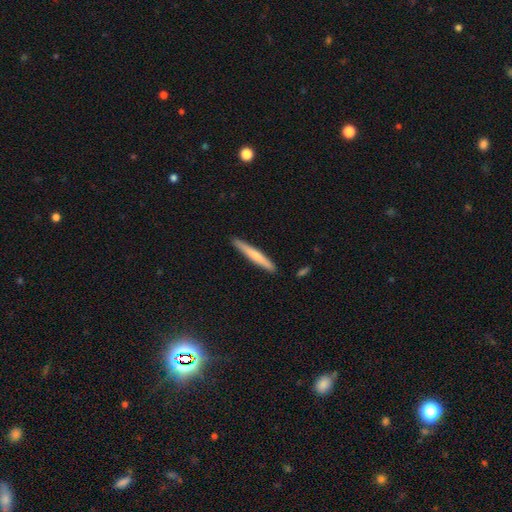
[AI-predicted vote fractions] Morphology: type=smooth (60%); roundness=cigar-shaped (96%); merging=none (90%).